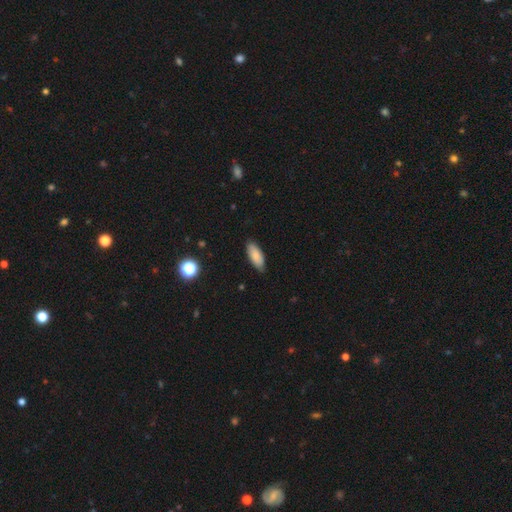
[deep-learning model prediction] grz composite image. It shows a smooth galaxy with no disk features (82%) that is in between round and cigar-shaped (81%). Merging: none (81%).